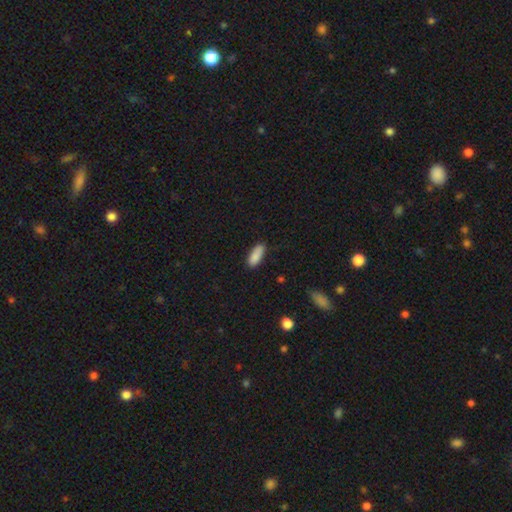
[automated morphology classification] Smooth or featured?
  - smooth: 88% *
  - star or artifact: 7%
  - featured or disk: 5%
How rounded?
  - in between: 72% *
  - cigar-shaped: 26%
  - round: 2%
Merging?
  - none: 80% *
  - minor disturbance: 15%
  - major disturbance: 3%
  - merger: 2%